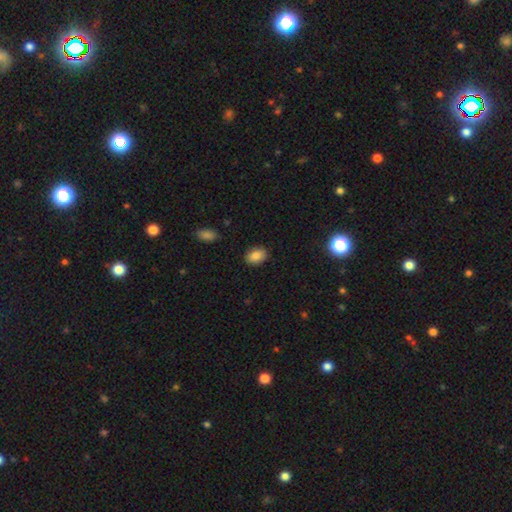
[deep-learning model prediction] smooth_or_featured: smooth (p=0.86) [alt: star or artifact p=0.08]
how_rounded: in between (p=0.76) [alt: round p=0.23]
merging: none (p=0.87) [alt: minor disturbance p=0.09]